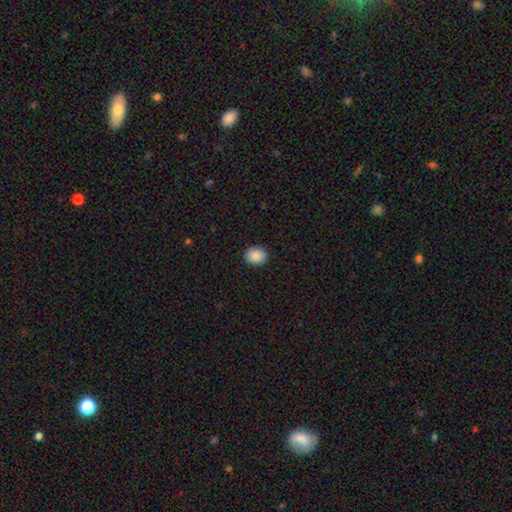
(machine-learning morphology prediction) This is clearly a smooth galaxy (89%). How rounded: likely round (60%). Merging: clearly none (91%).